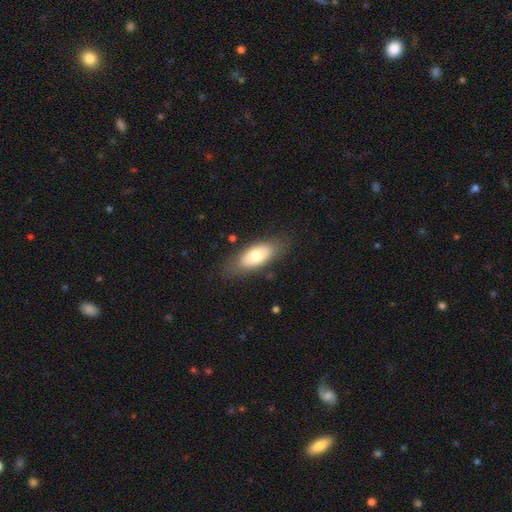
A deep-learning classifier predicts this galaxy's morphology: Q: Smooth or featured?
A: smooth (67%); runner-up: featured or disk (27%)
Q: How rounded?
A: in between (84%); runner-up: cigar-shaped (13%)
Q: Merging?
A: none (79%); runner-up: minor disturbance (15%)